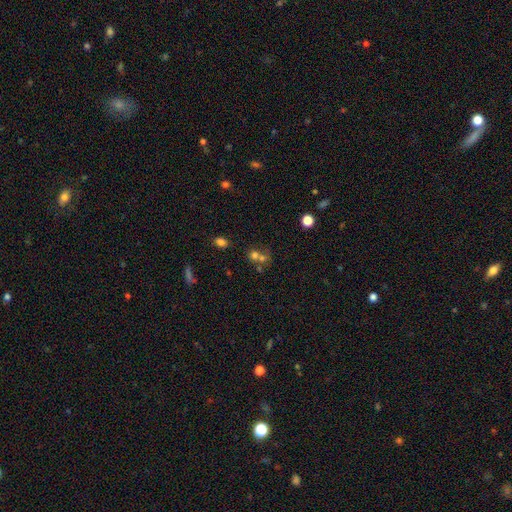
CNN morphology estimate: The model was most divided on "merging": merger: 48%, none: 40%, minor disturbance: 7%, major disturbance: 5%. More confident: how rounded — round (75%); smooth or featured — smooth (58%).